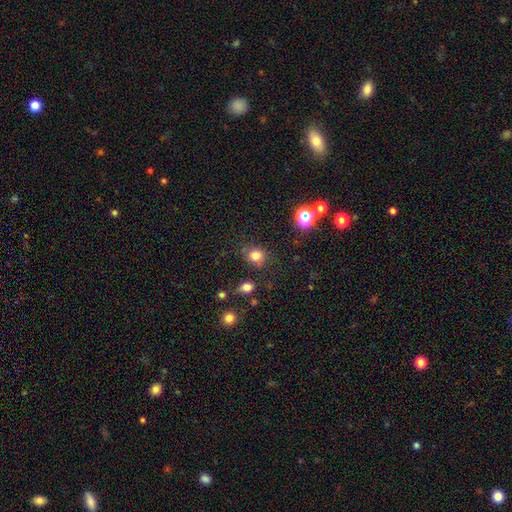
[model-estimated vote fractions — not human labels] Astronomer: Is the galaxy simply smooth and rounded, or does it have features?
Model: smooth — 79%.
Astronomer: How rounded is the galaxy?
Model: round — 73%.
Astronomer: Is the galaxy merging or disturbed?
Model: none — 78%.